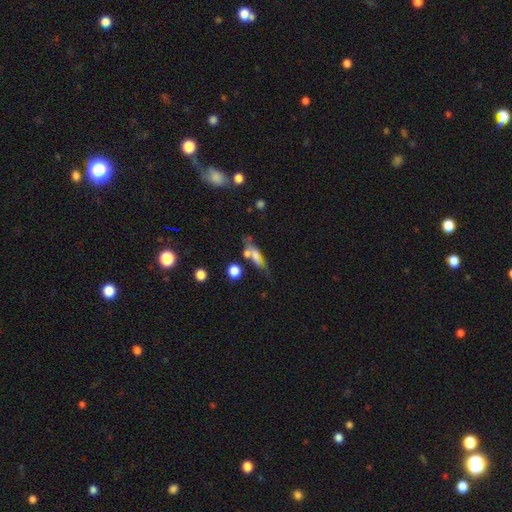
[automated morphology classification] This appears to be a smooth galaxy with no disk features (51%) that is in between round and cigar-shaped (47%). Merging: none (43%).